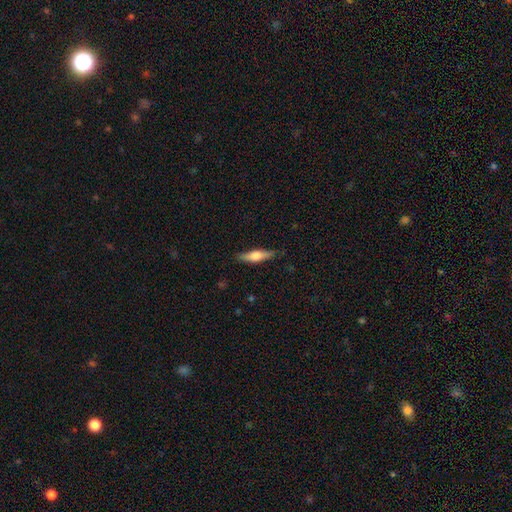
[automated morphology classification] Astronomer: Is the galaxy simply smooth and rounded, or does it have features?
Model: smooth — 54% (runner-up: featured or disk, 40%).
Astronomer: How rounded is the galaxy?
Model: cigar-shaped — 70%.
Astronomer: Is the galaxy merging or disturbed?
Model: none — 85%.